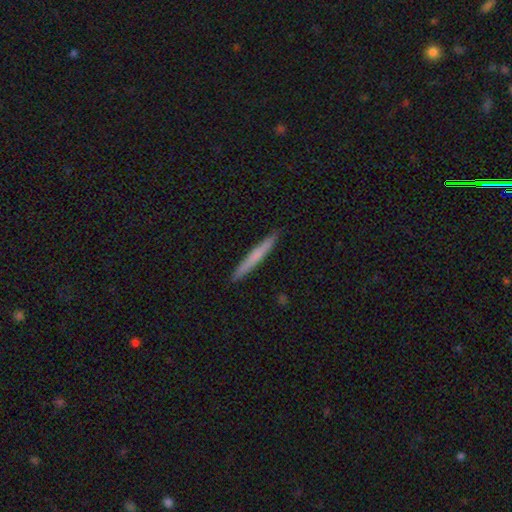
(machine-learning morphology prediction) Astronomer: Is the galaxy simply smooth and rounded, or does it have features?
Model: smooth — 66%.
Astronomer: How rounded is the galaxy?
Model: cigar-shaped — 97%.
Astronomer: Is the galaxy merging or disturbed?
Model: none — 93%.